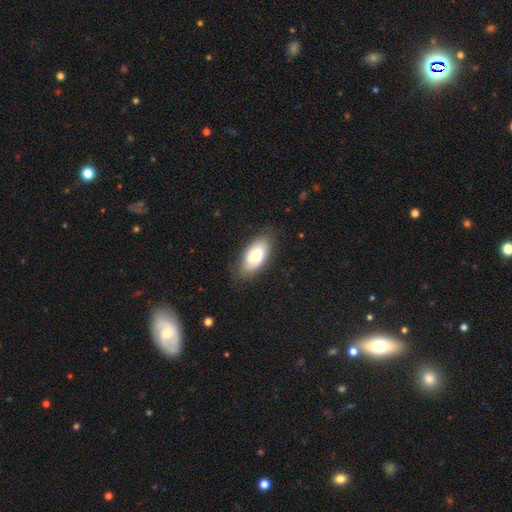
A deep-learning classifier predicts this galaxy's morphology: This is likely a smooth galaxy (65%). How rounded: clearly in between (92%). Merging: likely none (75%).